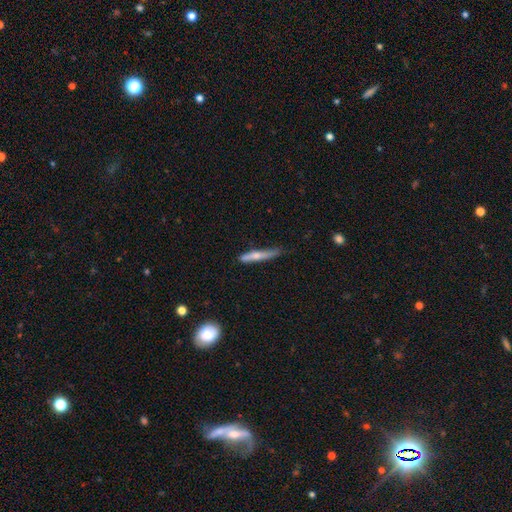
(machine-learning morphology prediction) Q: Smooth or featured?
A: smooth (59%); runner-up: featured or disk (36%)
Q: How rounded?
A: cigar-shaped (92%); runner-up: in between (6%)
Q: Merging?
A: none (64%); runner-up: minor disturbance (27%)